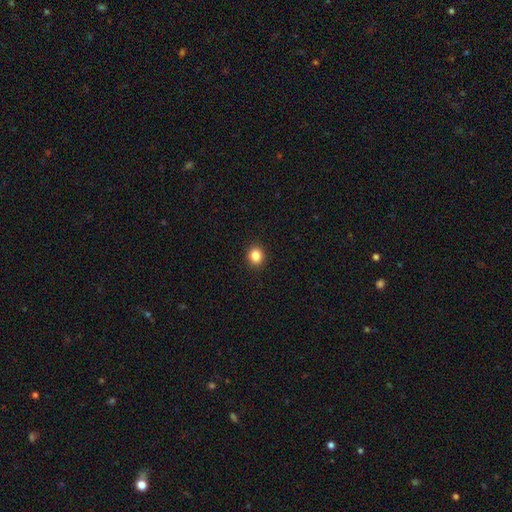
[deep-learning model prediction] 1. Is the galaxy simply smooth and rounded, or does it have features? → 85% smooth, 11% star or artifact, 4% featured or disk.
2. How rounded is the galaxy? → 74% round, 25% in between, 1% cigar-shaped.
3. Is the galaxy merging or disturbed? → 92% none, 5% minor disturbance, 2% major disturbance, 1% merger.